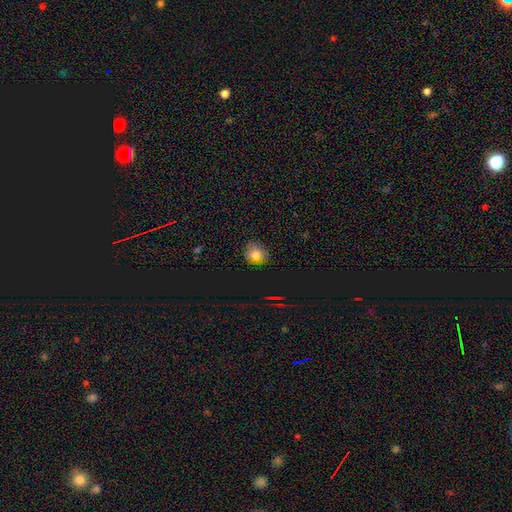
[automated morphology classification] Smooth or featured? smooth (71%)
How rounded? round (74%)
Merging? none (81%)